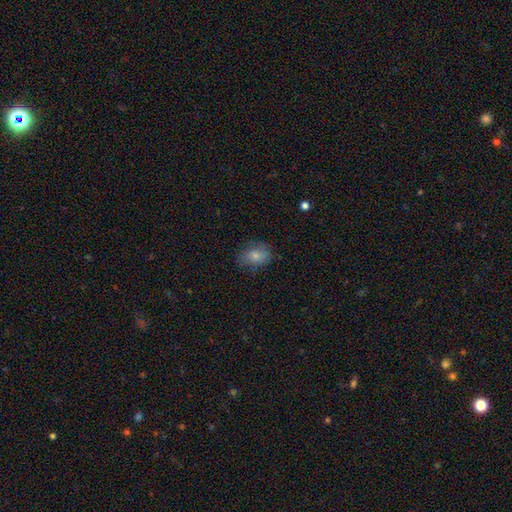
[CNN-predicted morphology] A smooth galaxy with no disk features (67%) that is in between round and cigar-shaped (64%). Merging: none (76%).